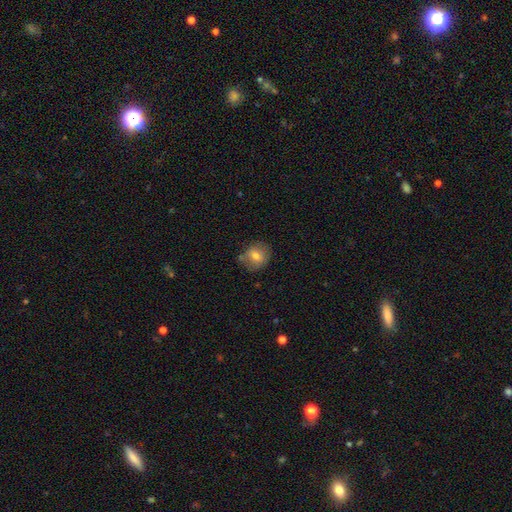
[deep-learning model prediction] Q: Smooth or featured?
A: smooth (69%); runner-up: featured or disk (22%)
Q: How rounded?
A: round (73%); runner-up: in between (26%)
Q: Merging?
A: none (70%); runner-up: minor disturbance (19%)